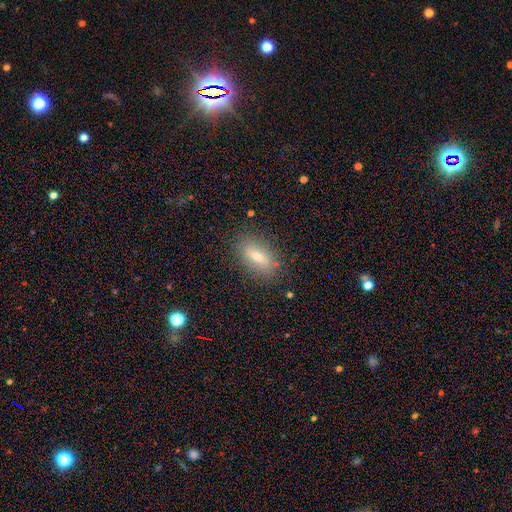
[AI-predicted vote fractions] Smooth or featured: smooth — 62% (featured or disk — 26%)
How rounded: in between — 78% (cigar-shaped — 16%)
Merging: none — 84% (minor disturbance — 11%)